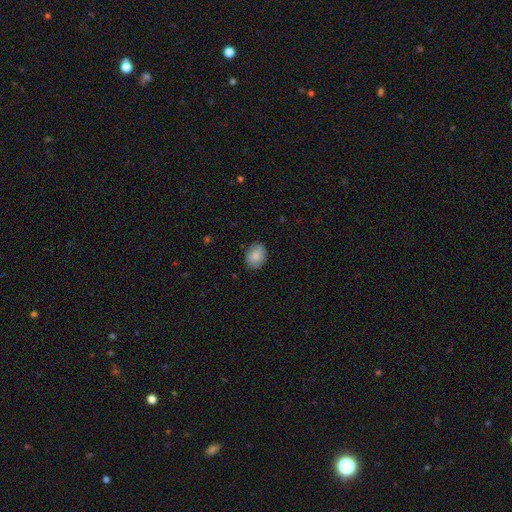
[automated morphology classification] Smooth or featured: smooth — 85% (featured or disk — 8%)
How rounded: in between — 57% (round — 42%)
Merging: none — 83% (minor disturbance — 14%)